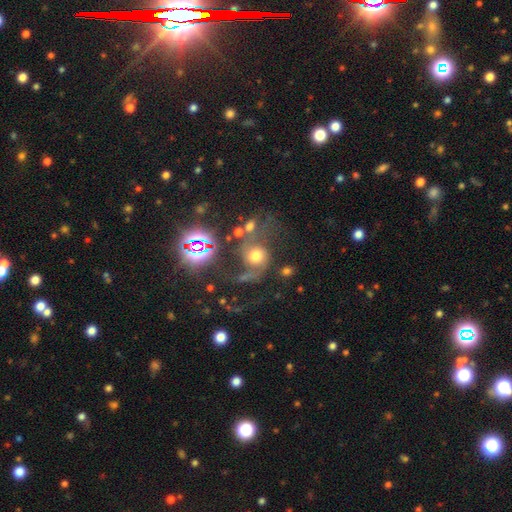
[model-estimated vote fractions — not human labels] A featured or disk galaxy (44%). Merging: none (35%).